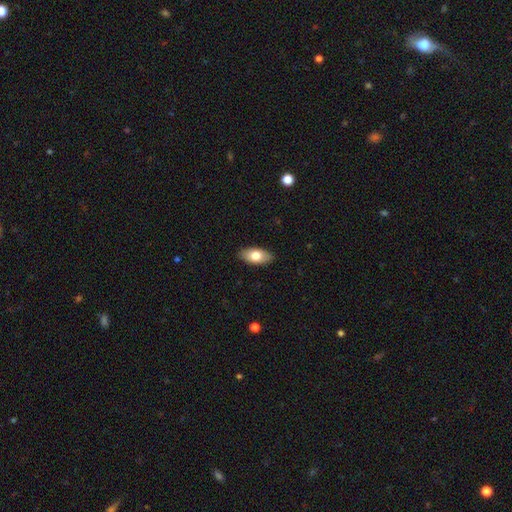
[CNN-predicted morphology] The model was most divided on "smooth or featured": smooth: 75%, featured or disk: 19%, star or artifact: 6%. More confident: how rounded — in between (91%); merging — none (89%).